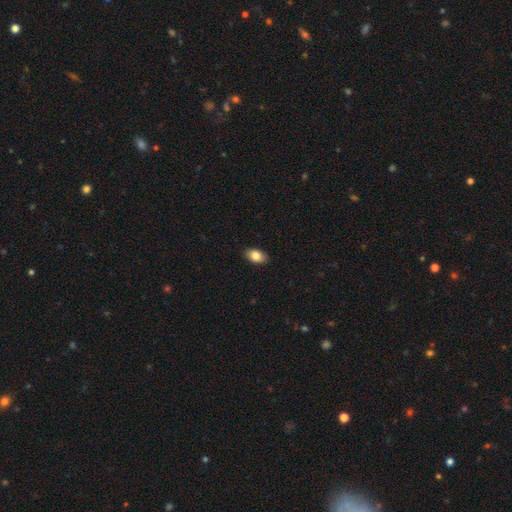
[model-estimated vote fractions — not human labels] Morphology: type=smooth (85%); roundness=in between (90%); merging=none (88%).